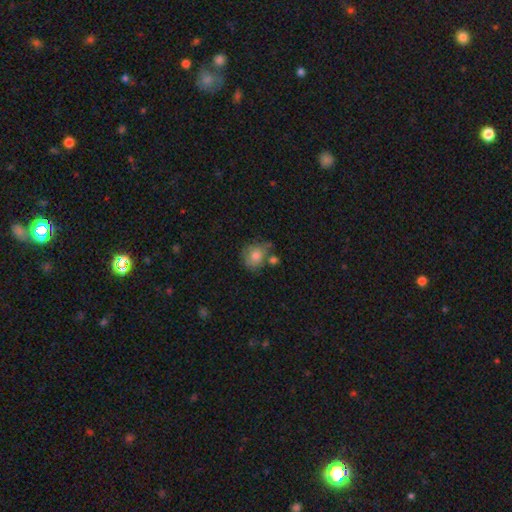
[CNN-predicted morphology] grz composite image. It shows a smooth galaxy with no disk features (73%) that is round (67%). Merging: none (49%).